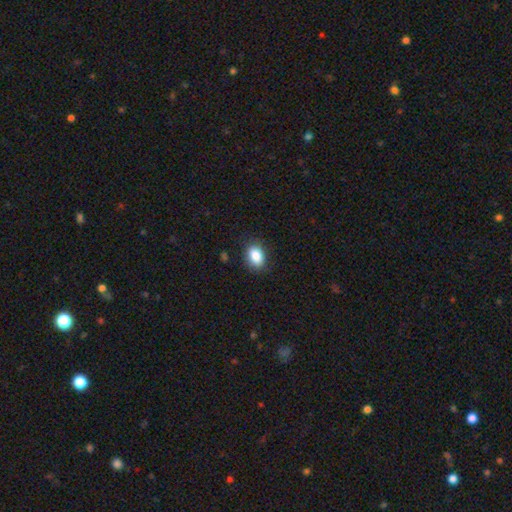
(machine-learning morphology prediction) smooth-or-featured: smooth: 87% | star or artifact: 8% | featured or disk: 4%
  how-rounded: in between: 79% | round: 20% | cigar-shaped: 1%
  merging: none: 85% | minor disturbance: 11% | major disturbance: 3% | merger: 1%